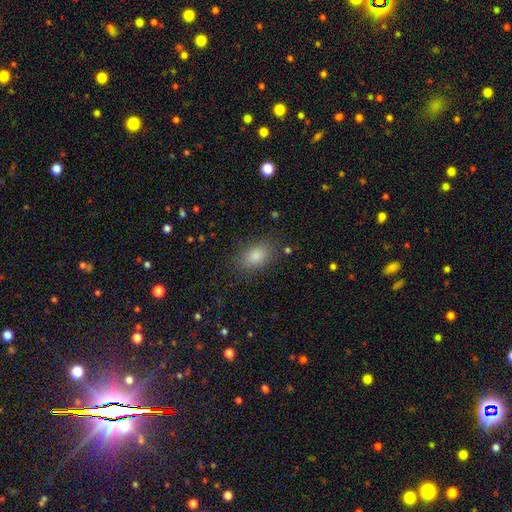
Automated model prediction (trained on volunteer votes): Q: Smooth or featured?
A: smooth (81%); runner-up: star or artifact (12%)
Q: How rounded?
A: in between (84%); runner-up: round (14%)
Q: Merging?
A: none (85%); runner-up: minor disturbance (10%)